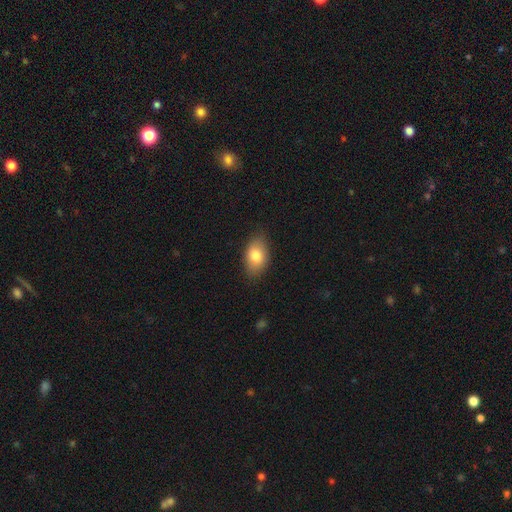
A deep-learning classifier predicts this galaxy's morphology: This is clearly a smooth galaxy (81%). How rounded: clearly in between (88%). Merging: clearly none (82%).